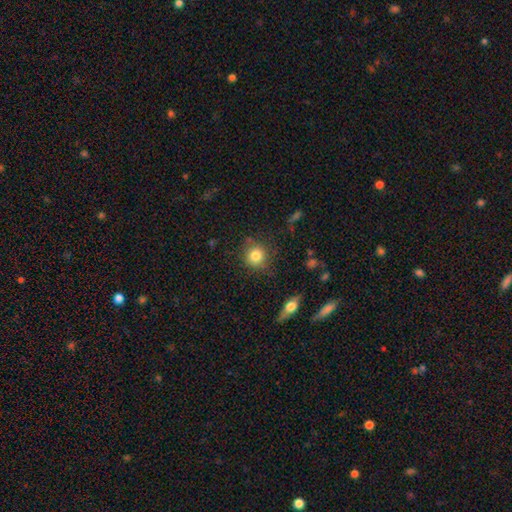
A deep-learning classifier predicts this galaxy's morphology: A smooth galaxy with no disk features (82%) that is round (89%). Merging: none (80%).